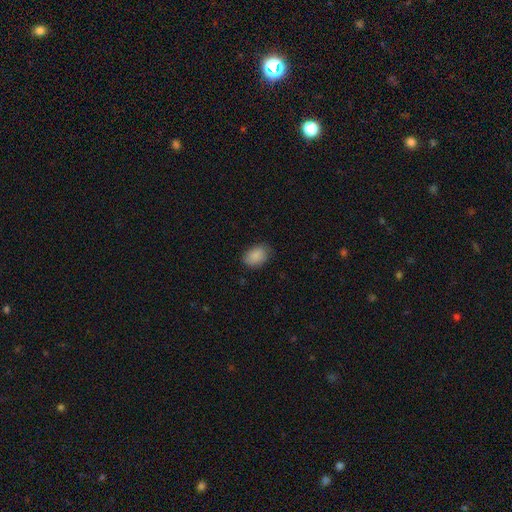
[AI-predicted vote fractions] smooth-or-featured: smooth: 87% | star or artifact: 7% | featured or disk: 5%
  how-rounded: in between: 79% | round: 19% | cigar-shaped: 1%
  merging: none: 78% | minor disturbance: 18% | major disturbance: 4% | merger: 1%